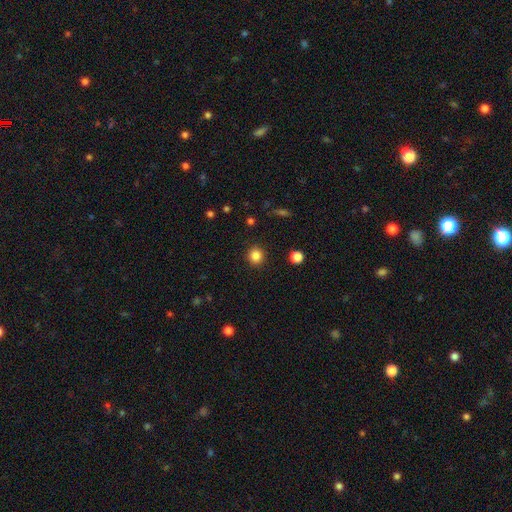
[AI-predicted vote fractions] A smooth galaxy with no disk features (84%) that is round (91%). Merging: none (92%).